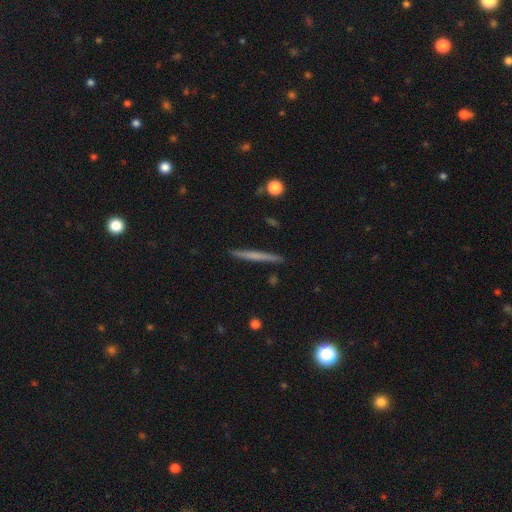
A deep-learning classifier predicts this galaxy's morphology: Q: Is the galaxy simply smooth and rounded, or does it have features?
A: smooth — 53%.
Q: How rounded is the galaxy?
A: cigar-shaped — 96%.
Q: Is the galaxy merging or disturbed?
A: none — 91%.